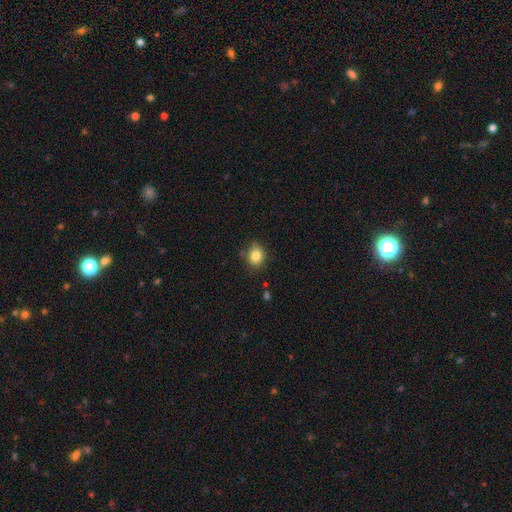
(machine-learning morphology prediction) Smooth or featured?
  - smooth: 84% *
  - star or artifact: 10%
  - featured or disk: 6%
How rounded?
  - round: 56% *
  - in between: 43%
  - cigar-shaped: 1%
Merging?
  - none: 78% *
  - minor disturbance: 16%
  - major disturbance: 4%
  - merger: 3%